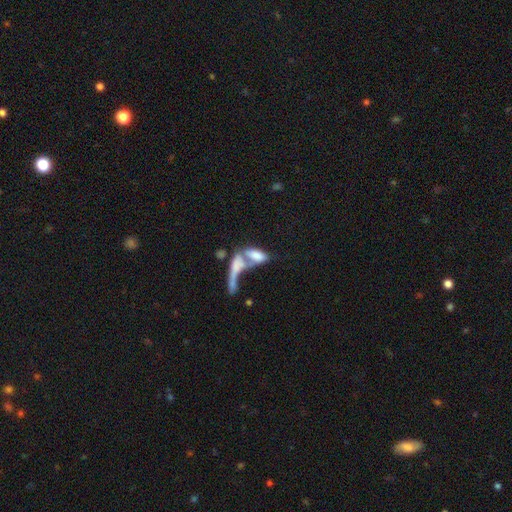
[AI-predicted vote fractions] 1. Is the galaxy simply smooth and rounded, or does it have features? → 67% smooth, 25% featured or disk, 9% star or artifact.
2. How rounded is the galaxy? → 74% in between, 22% cigar-shaped, 4% round.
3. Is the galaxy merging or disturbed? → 66% merger, 15% none, 12% major disturbance, 7% minor disturbance.